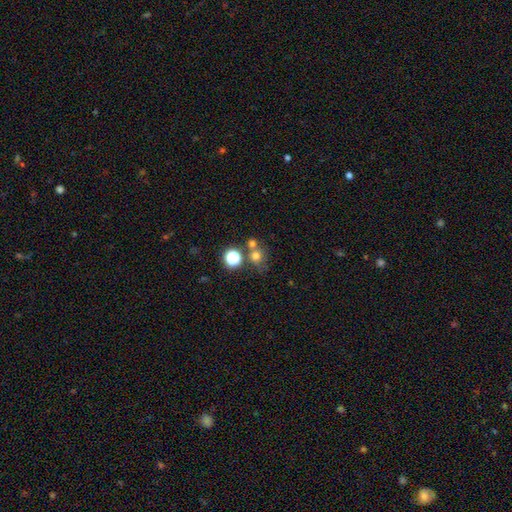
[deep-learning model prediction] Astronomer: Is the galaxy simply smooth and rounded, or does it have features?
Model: smooth — 67%.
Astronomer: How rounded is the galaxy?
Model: round — 83%.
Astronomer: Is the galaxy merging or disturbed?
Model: none — 57%.